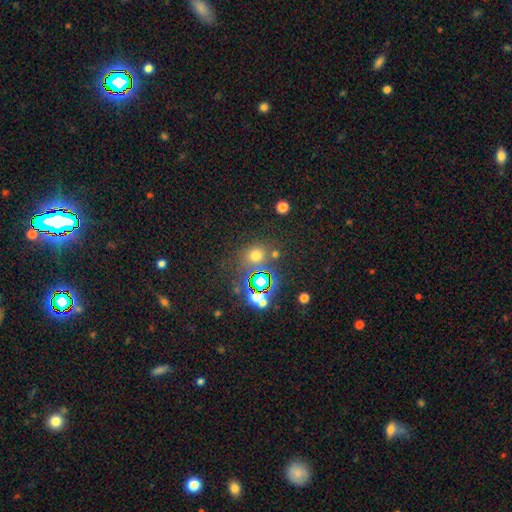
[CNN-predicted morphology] The model was most divided on "smooth or featured": smooth: 59%, star or artifact: 33%, featured or disk: 8%. More confident: how rounded — round (77%); merging — none (72%).